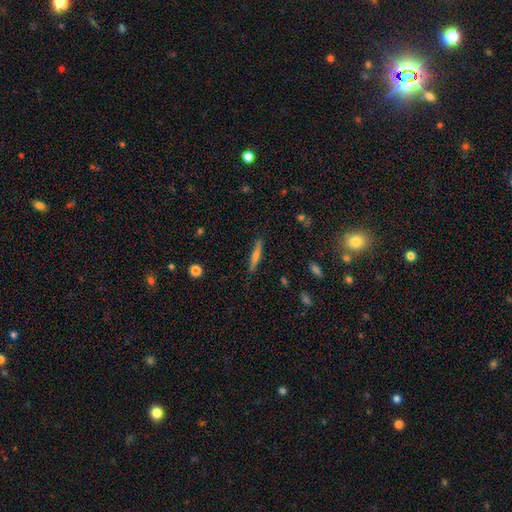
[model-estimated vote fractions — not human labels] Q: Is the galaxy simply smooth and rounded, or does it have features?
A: smooth — 47%.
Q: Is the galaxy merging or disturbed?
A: none — 89%.